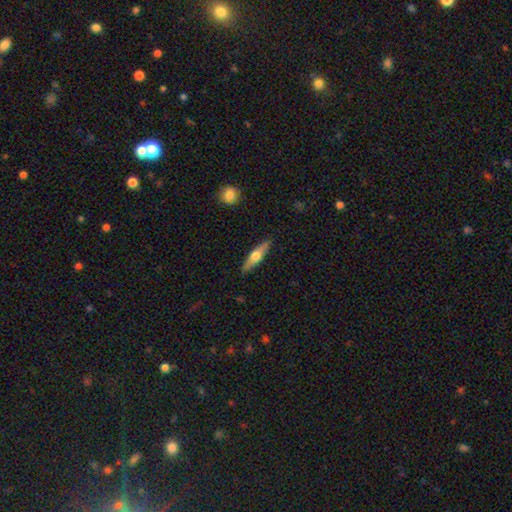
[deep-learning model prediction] Smooth or featured? featured or disk (54%)
Edge-on disk? yes (93%)
Edge-on bulge? rounded (94%)
Merging? none (89%)